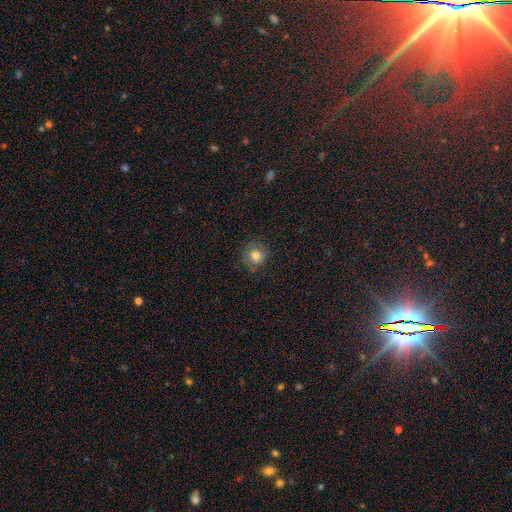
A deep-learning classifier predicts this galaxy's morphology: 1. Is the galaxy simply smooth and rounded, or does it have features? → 77% smooth, 12% featured or disk, 11% star or artifact.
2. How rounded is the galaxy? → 92% round, 7% in between, 1% cigar-shaped.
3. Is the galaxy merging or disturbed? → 80% none, 14% minor disturbance, 5% major disturbance, 1% merger.